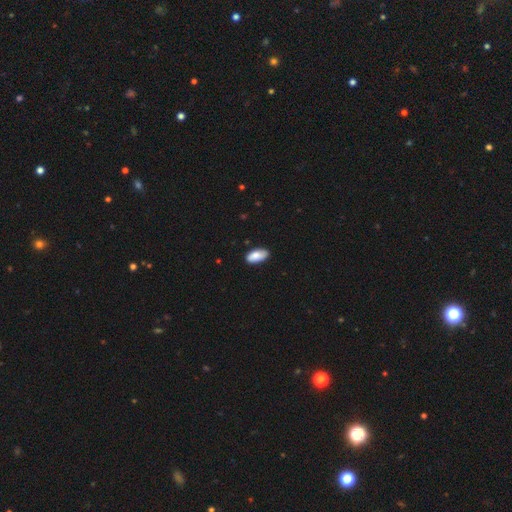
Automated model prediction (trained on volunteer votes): smooth 85%, featured or disk 9%, star or artifact 6%. Down the decision tree: how rounded — in between (93%); merging — none (83%).